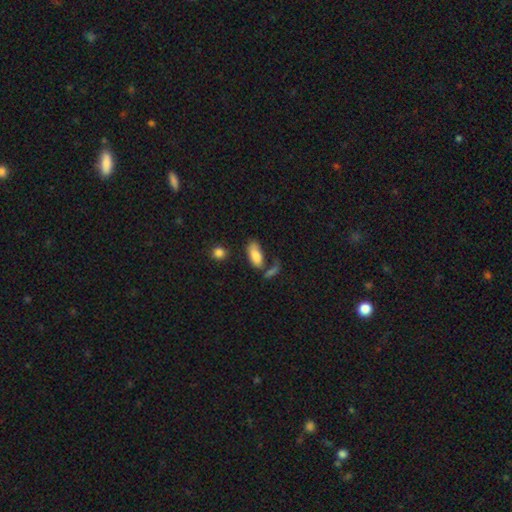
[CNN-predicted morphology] smooth_or_featured: smooth (p=0.82) [alt: featured or disk p=0.11]
how_rounded: in between (p=0.87) [alt: cigar-shaped p=0.10]
merging: none (p=0.48) [alt: minor disturbance p=0.21]